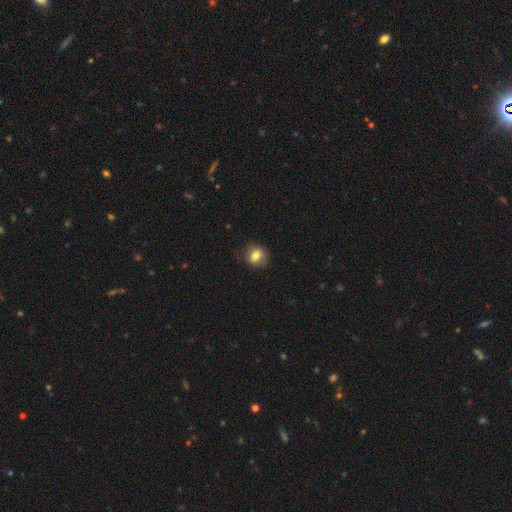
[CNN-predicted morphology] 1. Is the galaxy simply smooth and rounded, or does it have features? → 79% smooth, 11% featured or disk, 10% star or artifact.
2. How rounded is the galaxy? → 65% round, 34% in between, 1% cigar-shaped.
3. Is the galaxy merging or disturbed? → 81% none, 14% minor disturbance, 4% major disturbance, 1% merger.